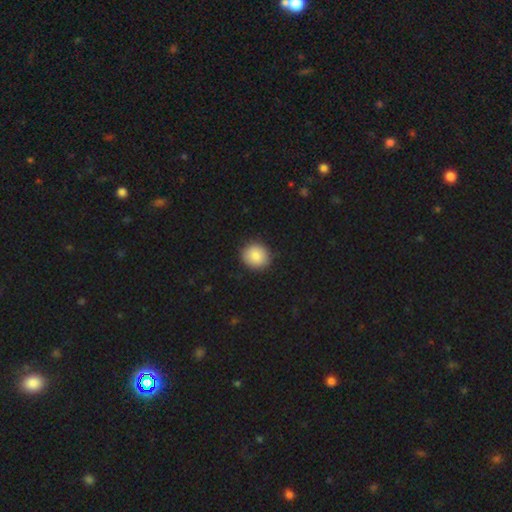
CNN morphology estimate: The model was most divided on "how rounded": round: 82%, in between: 17%, cigar-shaped: 1%. More confident: merging — none (89%); smooth or featured — smooth (87%).